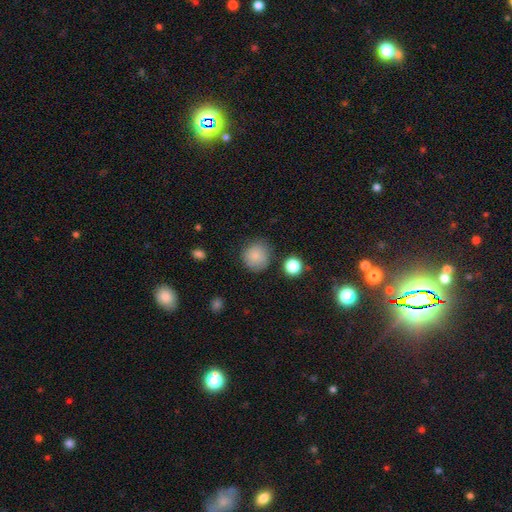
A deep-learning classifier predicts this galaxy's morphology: A smooth galaxy with no disk features (82%) that is round (89%). Merging: none (77%).